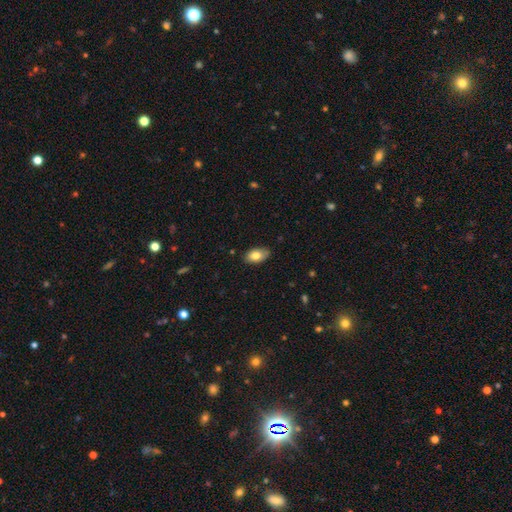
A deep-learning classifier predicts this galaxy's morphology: type=smooth (79%); roundness=in between (92%); merging=none (80%).